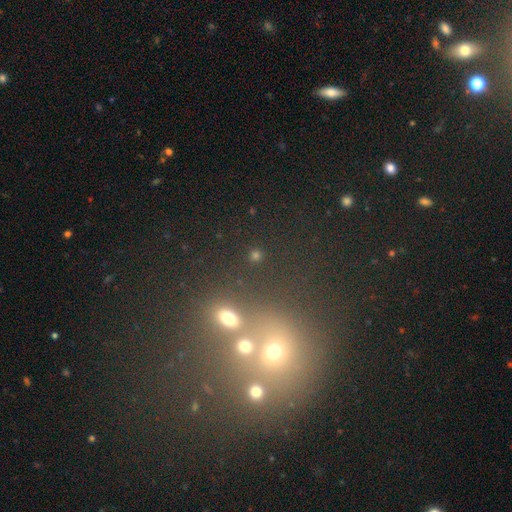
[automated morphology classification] The model was most divided on "smooth or featured": smooth: 59%, star or artifact: 31%, featured or disk: 10%. More confident: how rounded — round (79%); merging — none (73%).